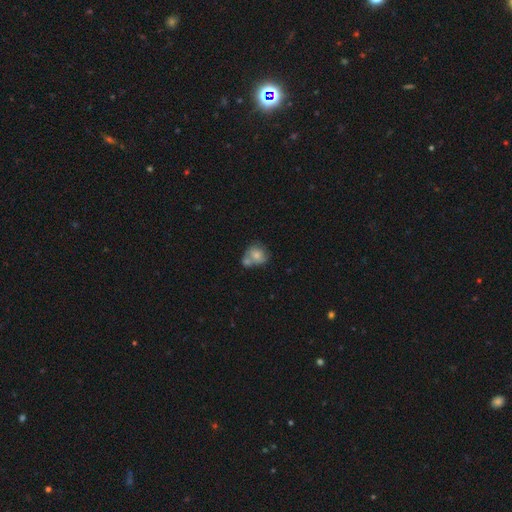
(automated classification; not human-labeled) smooth_or_featured: smooth (p=0.66) [alt: featured or disk p=0.26]
how_rounded: round (p=0.70) [alt: in between p=0.29]
merging: merger (p=0.45) [alt: none p=0.32]